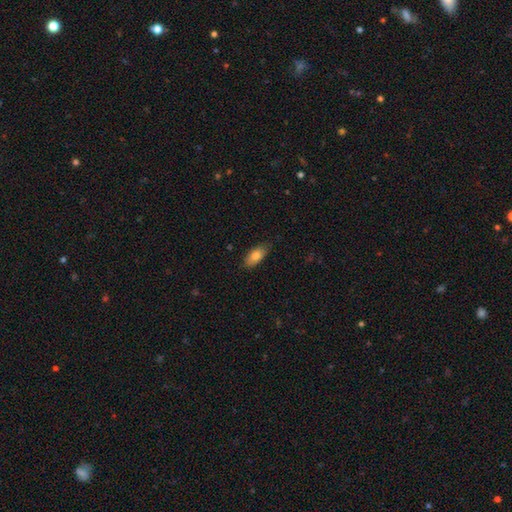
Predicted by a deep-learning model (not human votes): Smooth or featured?
  - smooth: 81% *
  - featured or disk: 12%
  - star or artifact: 7%
How rounded?
  - in between: 87% *
  - cigar-shaped: 10%
  - round: 3%
Merging?
  - none: 80% *
  - minor disturbance: 17%
  - major disturbance: 3%
  - merger: 1%